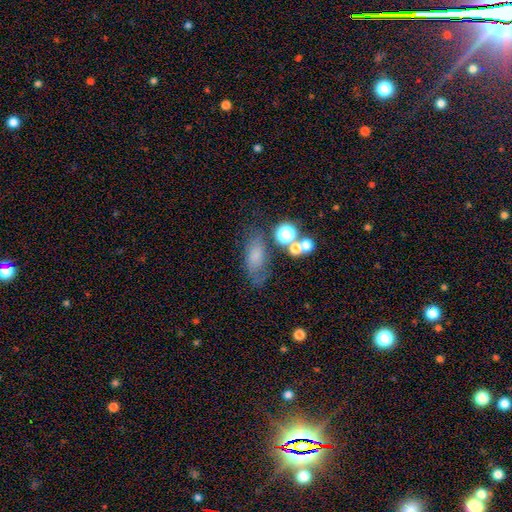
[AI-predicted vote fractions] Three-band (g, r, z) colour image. It shows a smooth galaxy with no disk features (59%) that is in between round and cigar-shaped (75%). Merging: none (52%).